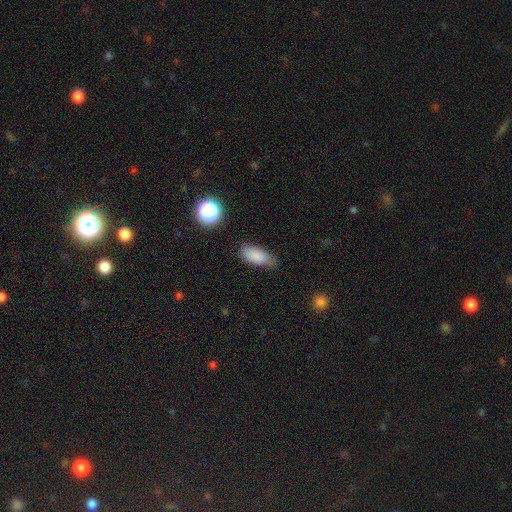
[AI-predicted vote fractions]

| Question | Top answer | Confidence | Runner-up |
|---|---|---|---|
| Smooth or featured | smooth | 83% | star or artifact (9%) |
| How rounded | in between | 87% | cigar-shaped (9%) |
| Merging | none | 55% | minor disturbance (36%) |